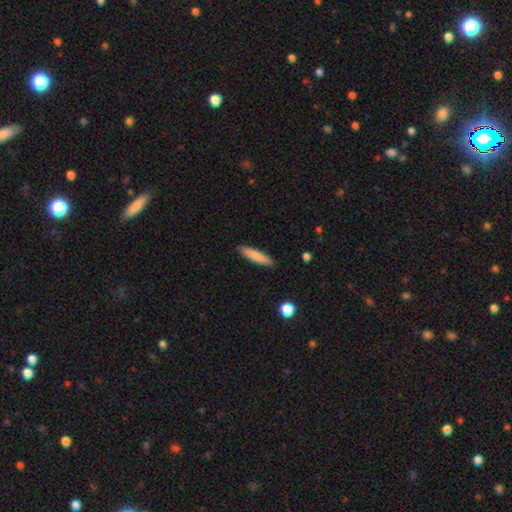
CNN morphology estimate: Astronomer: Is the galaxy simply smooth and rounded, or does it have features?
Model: smooth — 83%.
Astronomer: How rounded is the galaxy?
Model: cigar-shaped — 84%.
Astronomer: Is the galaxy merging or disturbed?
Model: none — 90%.